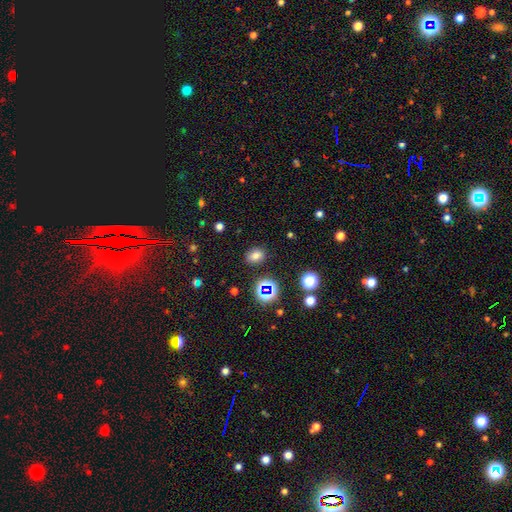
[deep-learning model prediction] The model was most divided on "how rounded": in between: 60%, round: 39%, cigar-shaped: 1%. More confident: merging — none (86%); smooth or featured — smooth (72%).